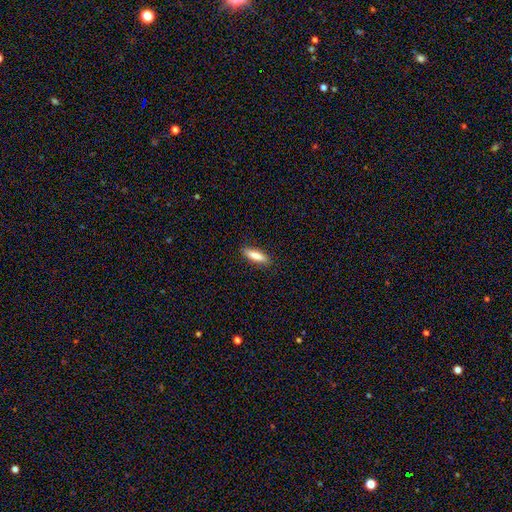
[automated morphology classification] Q: Smooth or featured?
A: smooth (82%); runner-up: featured or disk (12%)
Q: How rounded?
A: cigar-shaped (60%); runner-up: in between (38%)
Q: Merging?
A: none (89%); runner-up: minor disturbance (8%)